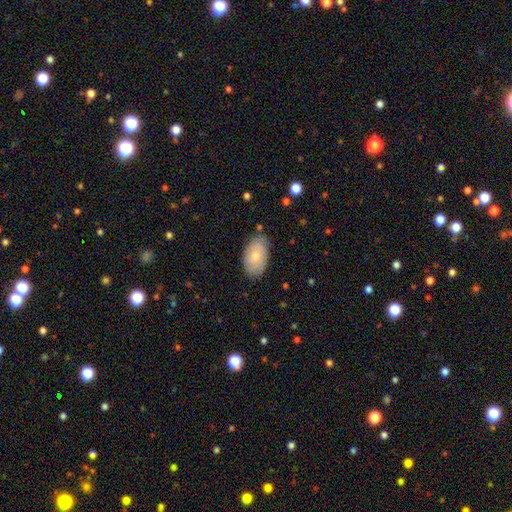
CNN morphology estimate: smooth 68%, featured or disk 26%, star or artifact 6%. Down the decision tree: how rounded — in between (93%); merging — none (78%).